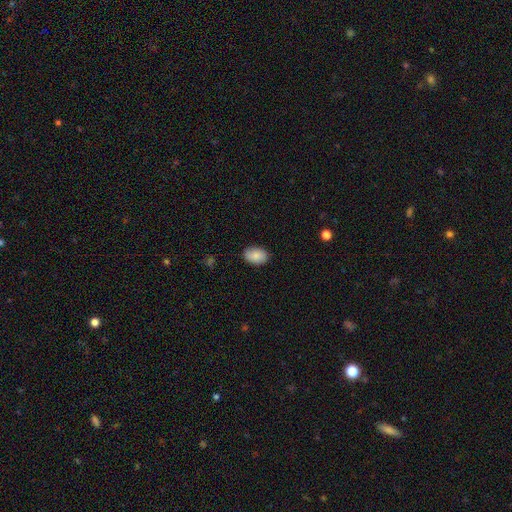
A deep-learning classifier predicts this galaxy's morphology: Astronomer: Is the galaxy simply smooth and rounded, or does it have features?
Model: smooth — 87%.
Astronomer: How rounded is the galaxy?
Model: in between — 86%.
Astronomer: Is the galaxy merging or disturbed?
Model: none — 87%.